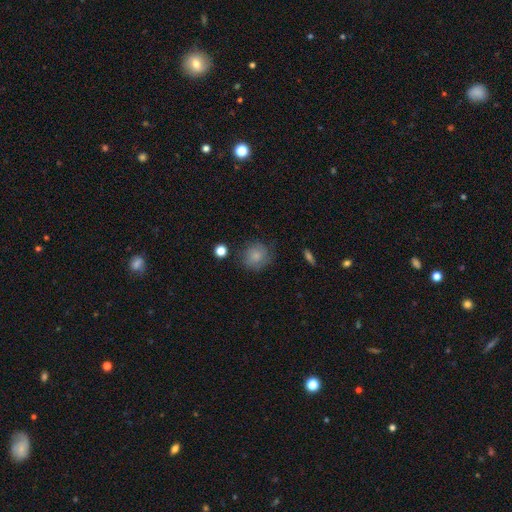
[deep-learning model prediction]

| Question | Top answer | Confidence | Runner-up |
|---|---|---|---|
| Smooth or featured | smooth | 79% | featured or disk (12%) |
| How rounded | round | 84% | in between (15%) |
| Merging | none | 74% | minor disturbance (18%) |